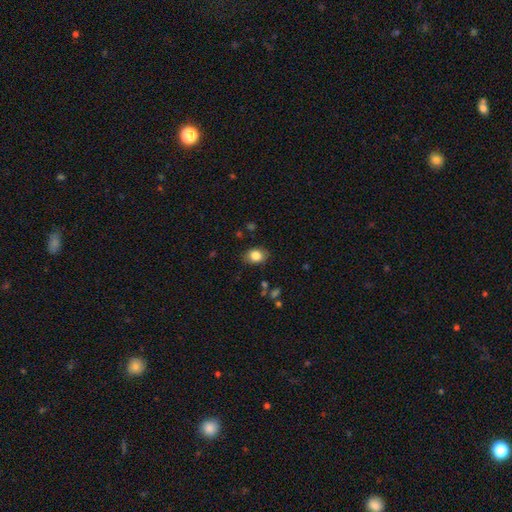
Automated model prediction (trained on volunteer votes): Smooth or featured? Predicted: smooth (p=0.83). How rounded? Predicted: in between (p=0.61). Merging? Predicted: none (p=0.81).